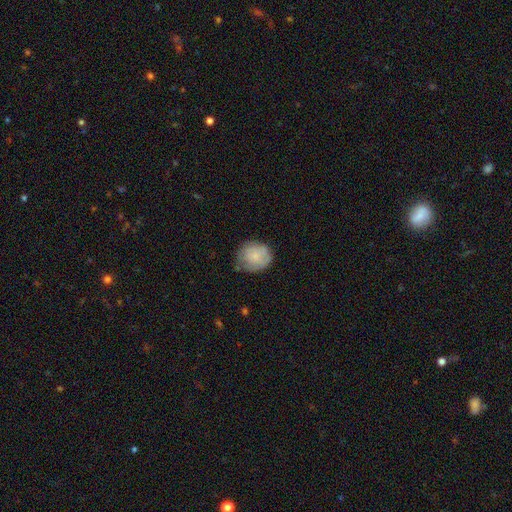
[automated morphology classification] Overall: smooth (71%). How rounded: round (79%). Merging: none (65%; minor disturbance 27%).